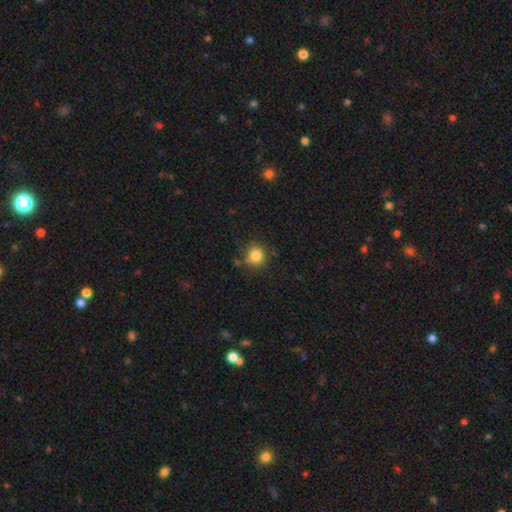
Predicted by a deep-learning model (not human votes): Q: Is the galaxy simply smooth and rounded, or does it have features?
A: smooth — 84%.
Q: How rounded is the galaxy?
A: round — 90%.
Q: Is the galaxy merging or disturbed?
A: none — 79%.